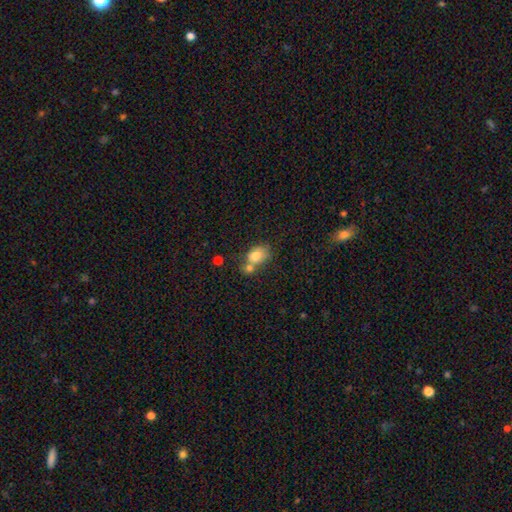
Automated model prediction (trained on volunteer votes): Smooth or featured? smooth (78%)
How rounded? in between (68%)
Merging? merger (48%)